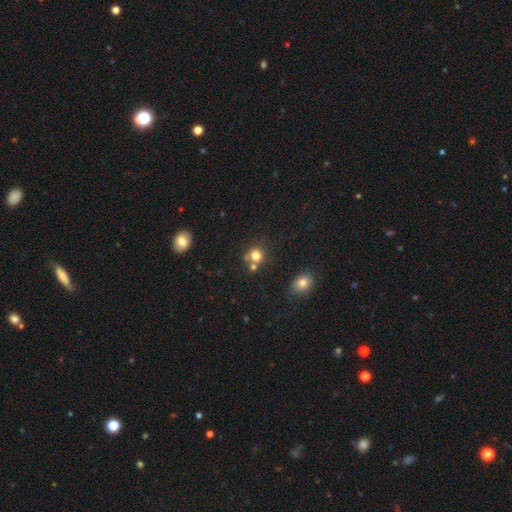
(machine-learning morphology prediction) Overall: smooth (77%). How rounded: round (82%). Merging: none (57%; merger 27%).